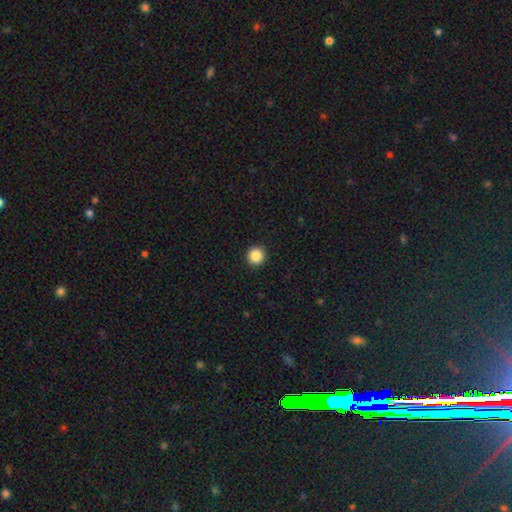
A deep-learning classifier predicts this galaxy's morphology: Smooth or featured: smooth — 87% (star or artifact — 10%)
How rounded: round — 96% (in between — 3%)
Merging: none — 93% (minor disturbance — 4%)